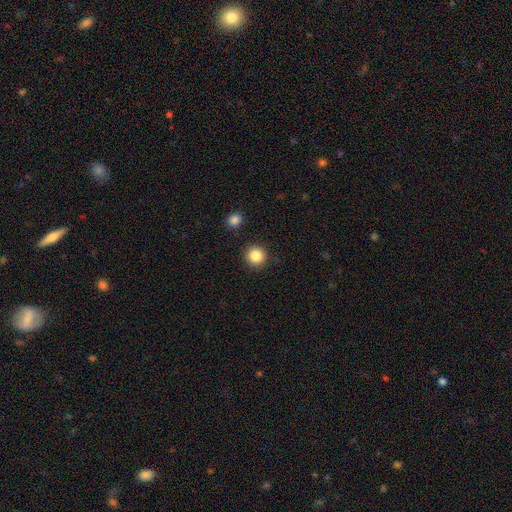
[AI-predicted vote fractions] This appears to be a smooth galaxy with no disk features (86%) that is round (94%). Merging: none (90%).